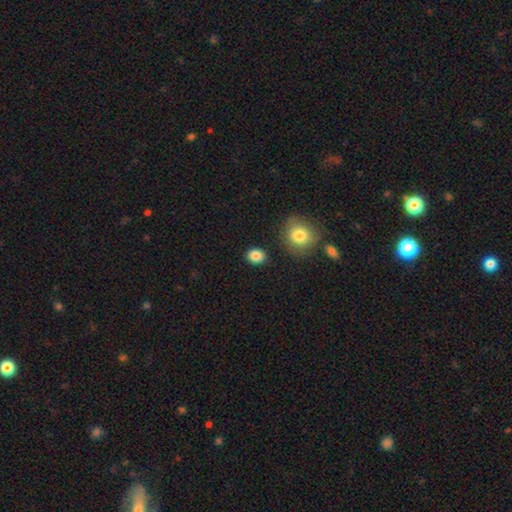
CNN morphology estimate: Smooth or featured?
  - smooth: 87% *
  - star or artifact: 9%
  - featured or disk: 4%
How rounded?
  - round: 63% *
  - in between: 36%
  - cigar-shaped: 1%
Merging?
  - none: 87% *
  - minor disturbance: 8%
  - merger: 3%
  - major disturbance: 2%